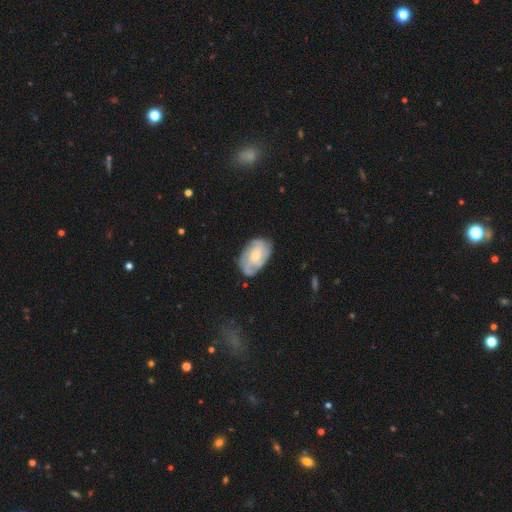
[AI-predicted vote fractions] Smooth or featured?
  - featured or disk: 64% *
  - smooth: 30%
  - star or artifact: 6%
Edge-on disk?
  - no: 96% *
  - yes: 4%
Bar?
  - no: 70% *
  - weak: 26%
  - strong: 4%
Spiral arms?
  - yes: 86% *
  - no: 14%
Spiral winding?
  - tight: 53% *
  - medium: 35%
  - loose: 12%
Spiral arm count?
  - can't tell: 39% *
  - 3: 22%
  - 2: 19%
  - 4: 11%
  - 1: 4%
  - more than 4: 4%
Bulge size?
  - small: 51% *
  - moderate: 41%
  - none: 4%
  - large: 4%
  - dominant: 1%
Merging?
  - none: 71% *
  - minor disturbance: 21%
  - major disturbance: 6%
  - merger: 2%